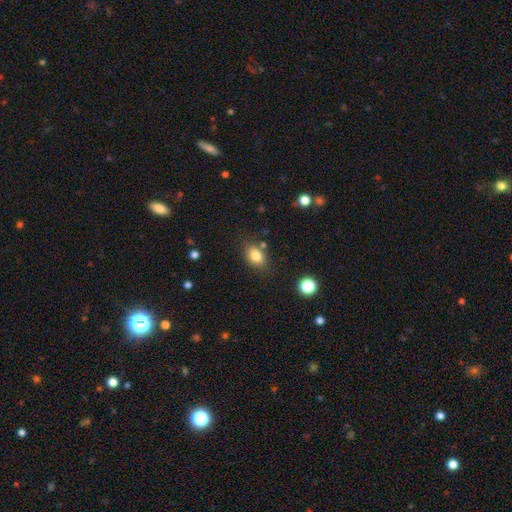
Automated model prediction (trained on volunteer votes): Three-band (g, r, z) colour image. It shows a smooth galaxy with no disk features (82%) that is in between round and cigar-shaped (77%). Merging: none (78%).